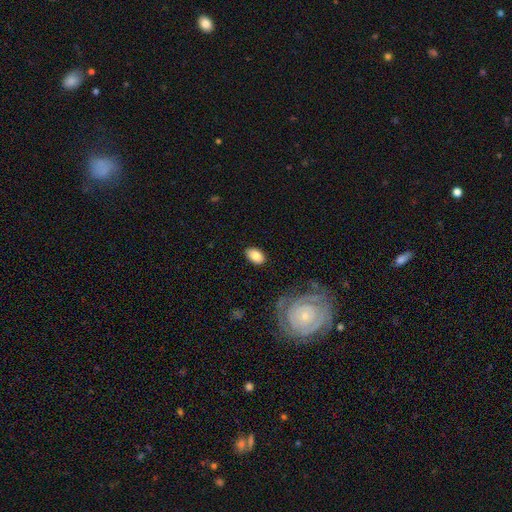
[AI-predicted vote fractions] Smooth or featured?
  - smooth: 83% *
  - featured or disk: 10%
  - star or artifact: 7%
How rounded?
  - in between: 90% *
  - round: 9%
  - cigar-shaped: 1%
Merging?
  - none: 84% *
  - minor disturbance: 11%
  - major disturbance: 3%
  - merger: 2%